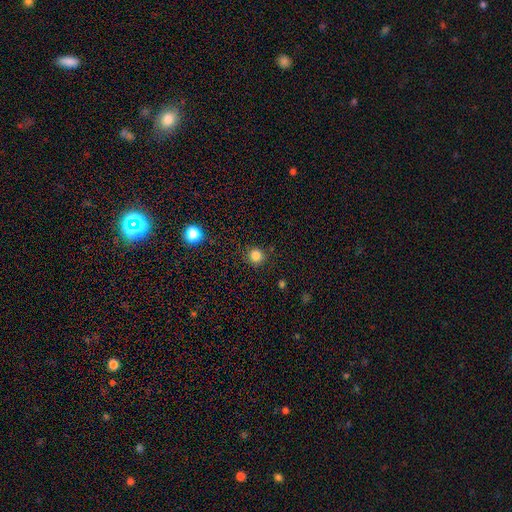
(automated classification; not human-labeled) Overall: smooth (83%). How rounded: round (94%). Merging: none (89%).